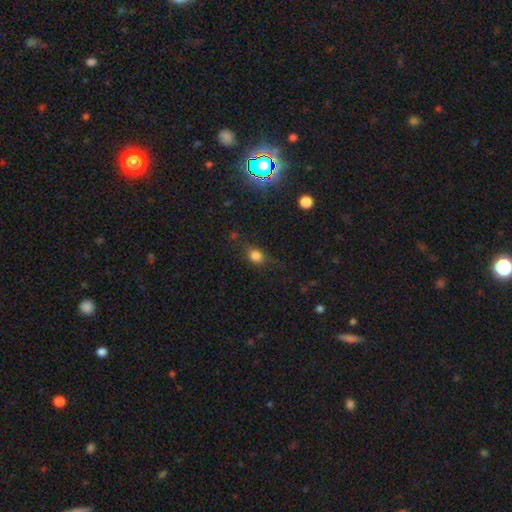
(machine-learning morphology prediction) A smooth galaxy with no disk features (79%) that is round (50%). Merging: none (72%).